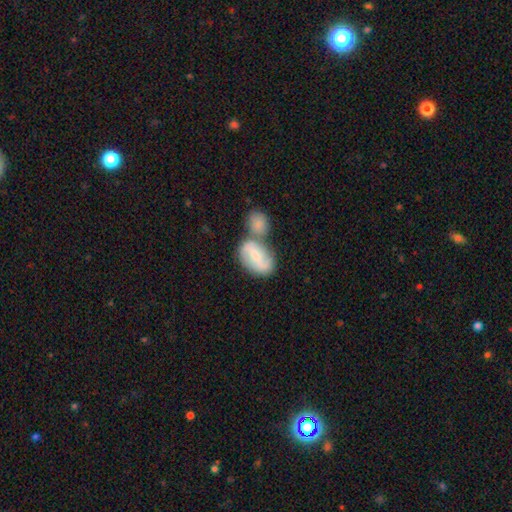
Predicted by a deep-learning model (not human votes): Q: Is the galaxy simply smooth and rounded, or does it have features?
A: featured or disk — 57%.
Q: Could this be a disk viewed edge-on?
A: no — 96%.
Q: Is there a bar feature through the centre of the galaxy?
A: weak — 46%.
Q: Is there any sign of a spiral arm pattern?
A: yes — 81%.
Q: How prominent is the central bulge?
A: small — 51%.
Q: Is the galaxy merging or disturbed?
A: merger — 50%.